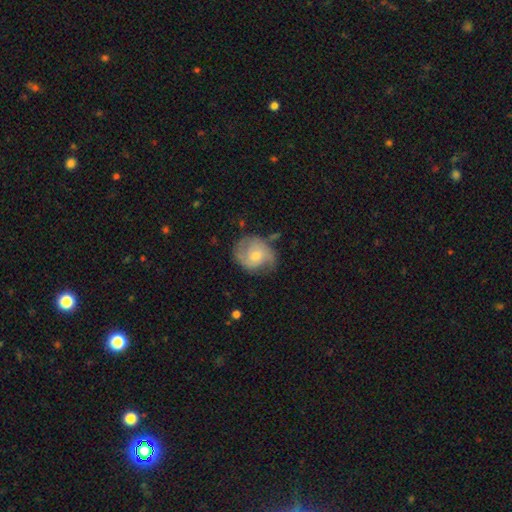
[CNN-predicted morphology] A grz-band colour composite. It shows a featured or disk galaxy (61%) with no bar (68%), 2 (62%) medium (44%) spiral arms (85%) and a moderate central bulge (46%, tied with small). Merging: none (61%).